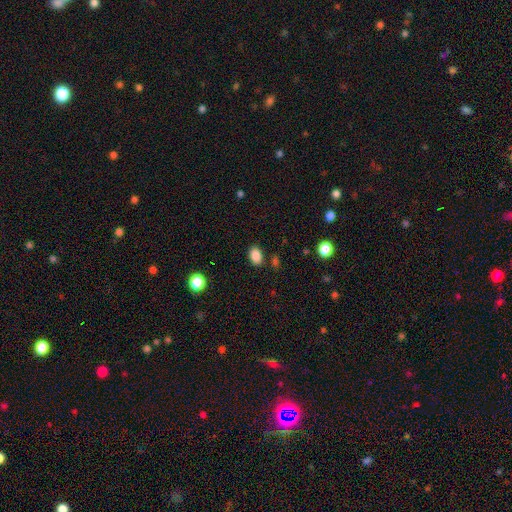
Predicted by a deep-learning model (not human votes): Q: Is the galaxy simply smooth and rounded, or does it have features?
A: smooth — 87%.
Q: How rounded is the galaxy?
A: in between — 82%.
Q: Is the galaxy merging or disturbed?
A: none — 83%.